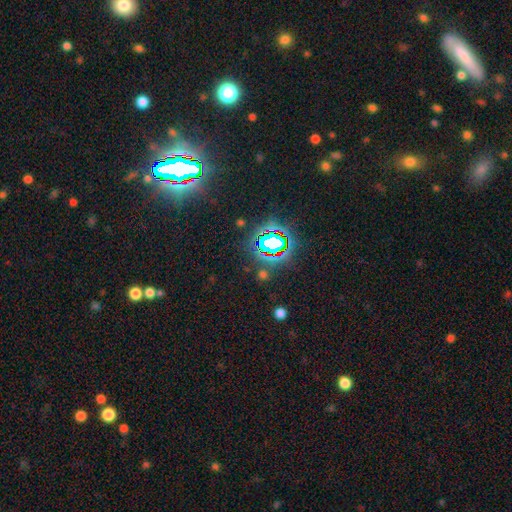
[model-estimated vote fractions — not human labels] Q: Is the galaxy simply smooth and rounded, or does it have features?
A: star or artifact — 84%.